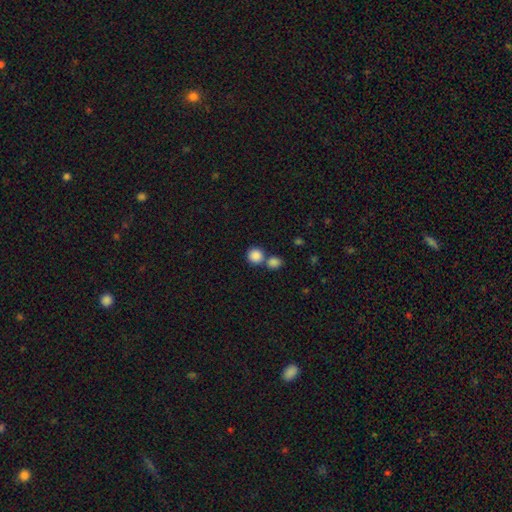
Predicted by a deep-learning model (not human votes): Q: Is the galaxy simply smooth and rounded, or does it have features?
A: smooth — 86%.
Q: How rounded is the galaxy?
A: round — 89%.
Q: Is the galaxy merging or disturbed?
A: none — 55%.